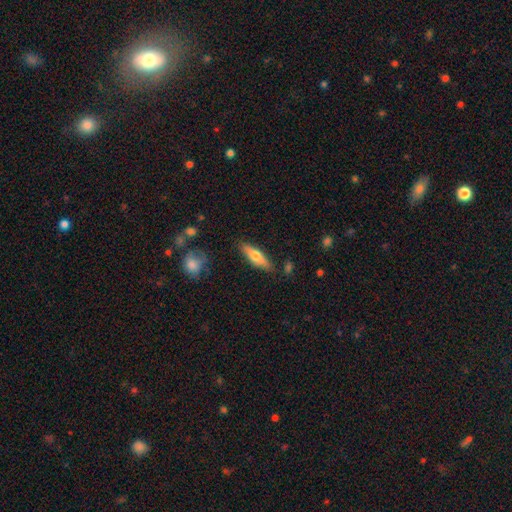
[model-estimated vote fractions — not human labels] Q: Smooth or featured?
A: smooth (59%); runner-up: featured or disk (36%)
Q: How rounded?
A: cigar-shaped (59%); runner-up: in between (39%)
Q: Merging?
A: none (83%); runner-up: minor disturbance (12%)